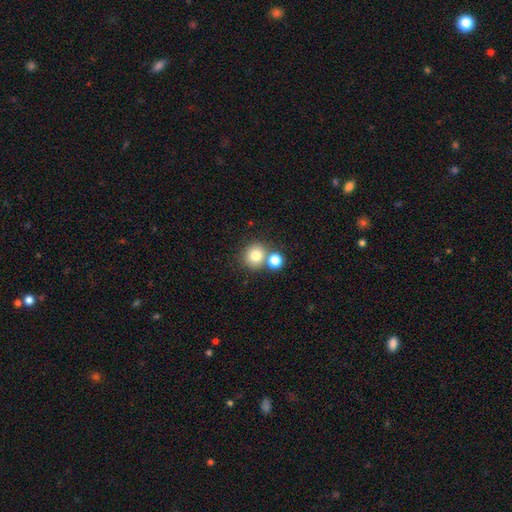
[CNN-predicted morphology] Overall: smooth (79%). How rounded: round (88%). Merging: none (61%; merger 29%).